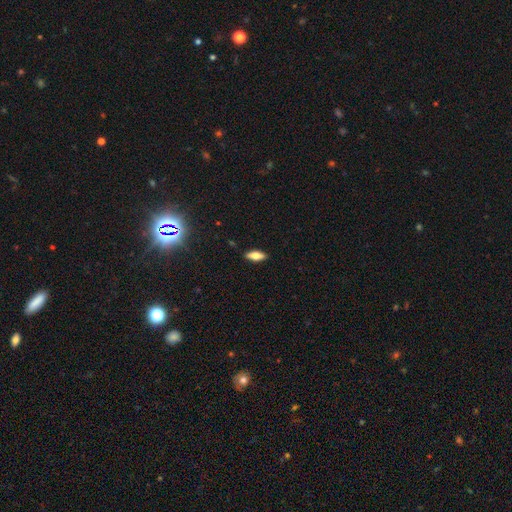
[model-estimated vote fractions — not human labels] Smooth or featured? smooth (67%)
How rounded? in between (72%)
Merging? none (88%)